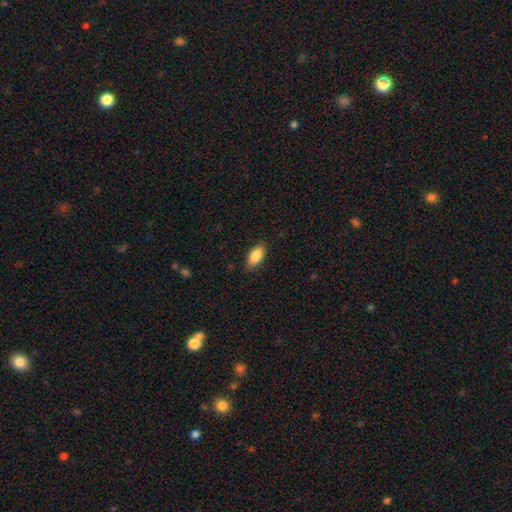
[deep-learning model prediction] smooth 87%, featured or disk 7%, star or artifact 7%. Down the decision tree: how rounded — in between (89%); merging — none (85%).